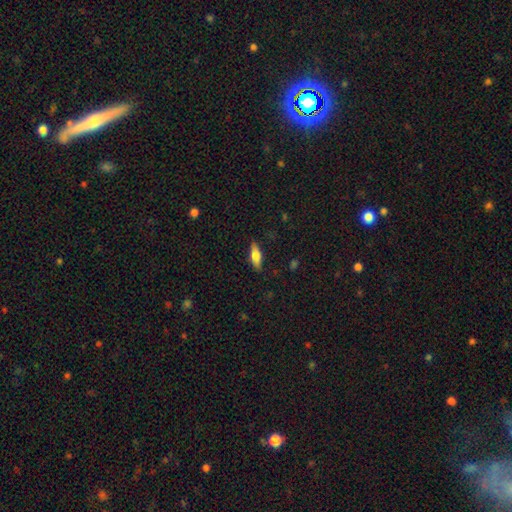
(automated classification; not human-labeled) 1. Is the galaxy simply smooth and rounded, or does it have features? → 61% smooth, 33% featured or disk, 7% star or artifact.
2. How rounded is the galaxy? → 58% in between, 39% cigar-shaped, 3% round.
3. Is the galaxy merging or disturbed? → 86% none, 11% minor disturbance, 2% major disturbance, 1% merger.